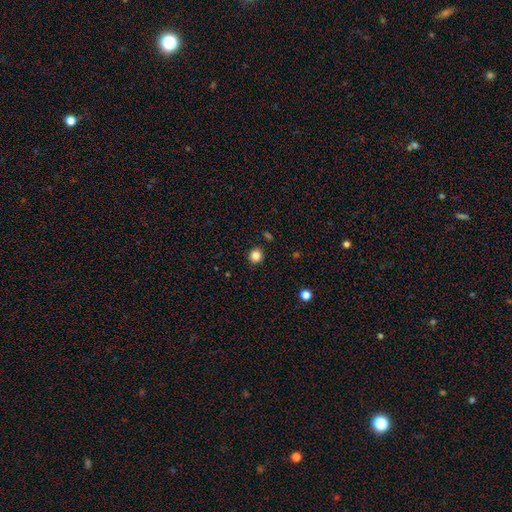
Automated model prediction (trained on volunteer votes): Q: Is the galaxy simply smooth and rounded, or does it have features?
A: smooth — 84%.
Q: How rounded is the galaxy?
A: round — 90%.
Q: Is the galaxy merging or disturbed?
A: none — 91%.